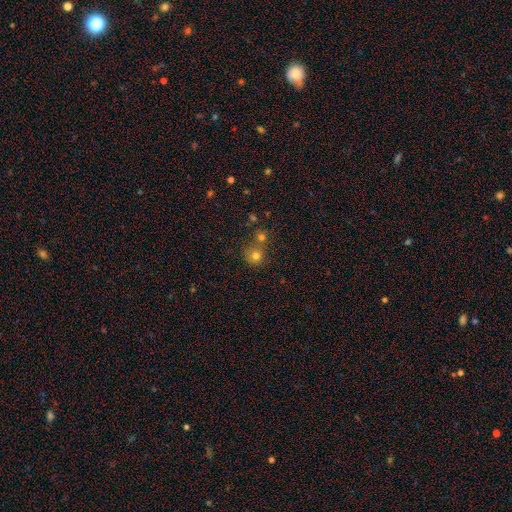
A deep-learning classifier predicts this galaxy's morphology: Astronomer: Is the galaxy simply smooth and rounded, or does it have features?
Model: smooth — 74%.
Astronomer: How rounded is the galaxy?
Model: round — 87%.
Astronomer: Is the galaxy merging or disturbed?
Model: none — 55% (runner-up: merger, 32%).